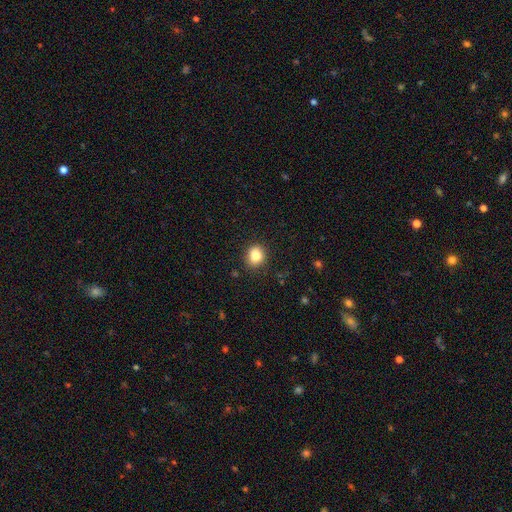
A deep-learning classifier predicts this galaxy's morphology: Smooth or featured? smooth (84%)
How rounded? round (69%)
Merging? none (87%)